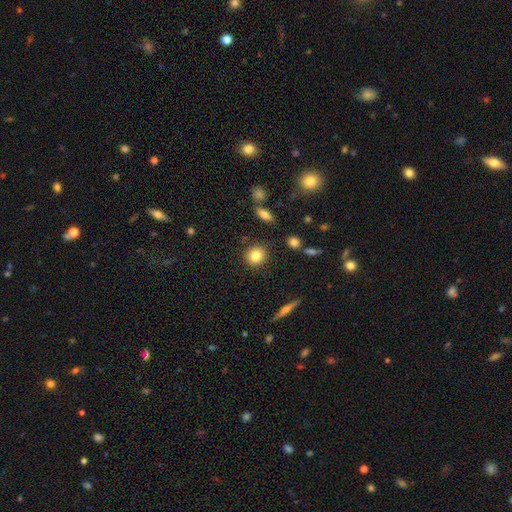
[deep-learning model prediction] Q: Smooth or featured?
A: smooth (83%); runner-up: star or artifact (9%)
Q: How rounded?
A: round (82%); runner-up: in between (16%)
Q: Merging?
A: none (87%); runner-up: minor disturbance (8%)